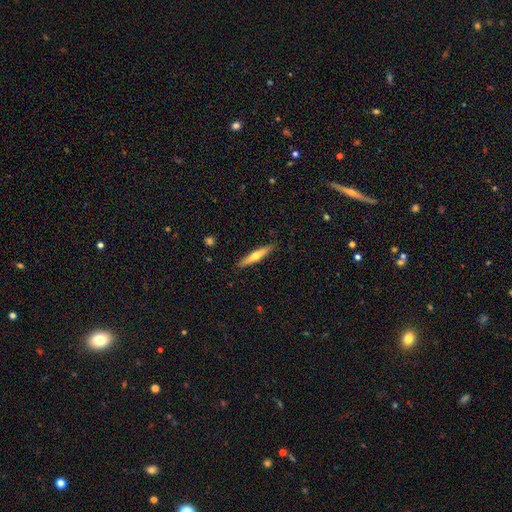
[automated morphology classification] Smooth or featured? smooth (50%)
Merging? none (89%)